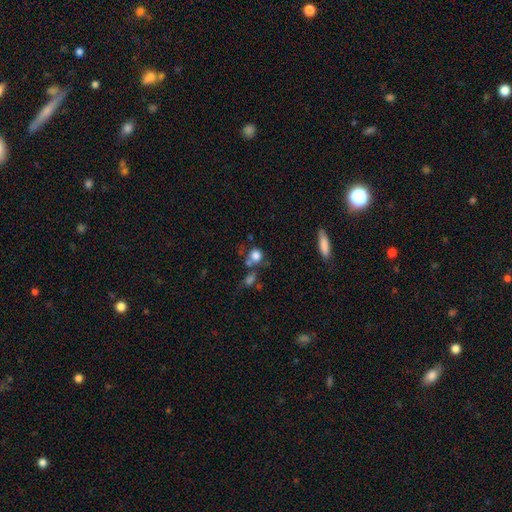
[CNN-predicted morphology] Smooth or featured: smooth — 79% (star or artifact — 11%)
How rounded: round — 78% (in between — 20%)
Merging: none — 50% (merger — 27%)